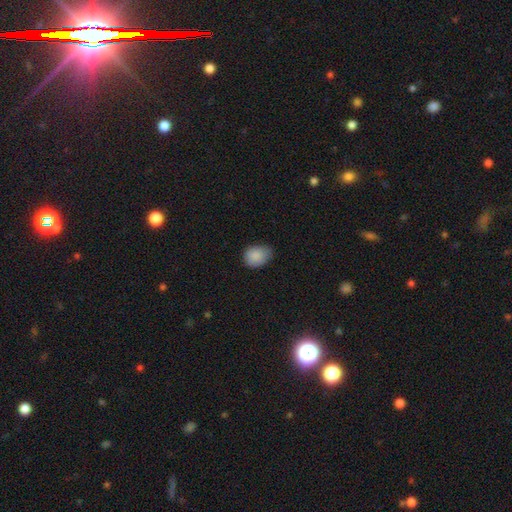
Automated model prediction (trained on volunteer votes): smooth-or-featured: smooth: 87% | star or artifact: 8% | featured or disk: 5%
  how-rounded: in between: 59% | round: 40% | cigar-shaped: 1%
  merging: none: 61% | minor disturbance: 33% | major disturbance: 5% | merger: 1%